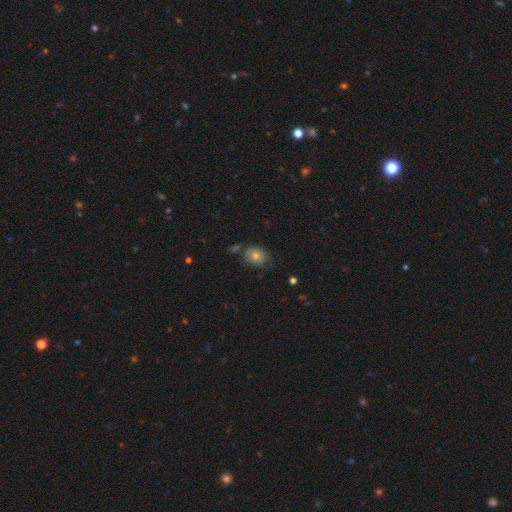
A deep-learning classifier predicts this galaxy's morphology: Smooth or featured? smooth (66%)
How rounded? in between (51%)
Merging? none (63%)